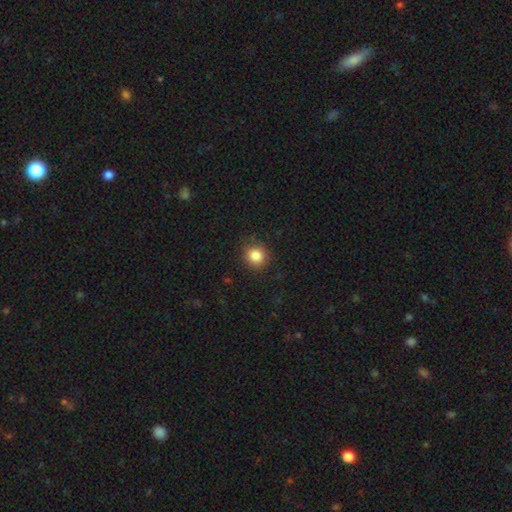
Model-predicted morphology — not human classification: Q: Smooth or featured?
A: smooth (85%); runner-up: star or artifact (11%)
Q: How rounded?
A: round (90%); runner-up: in between (9%)
Q: Merging?
A: none (87%); runner-up: minor disturbance (10%)